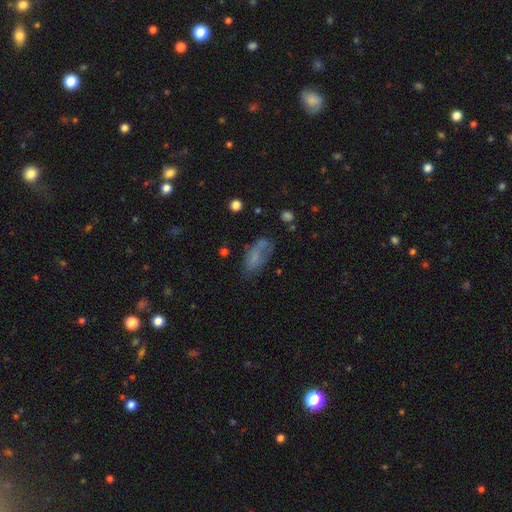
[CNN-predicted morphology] Smooth or featured: smooth — 60% (featured or disk — 26%)
How rounded: in between — 86% (cigar-shaped — 9%)
Merging: none — 45% (minor disturbance — 27%)